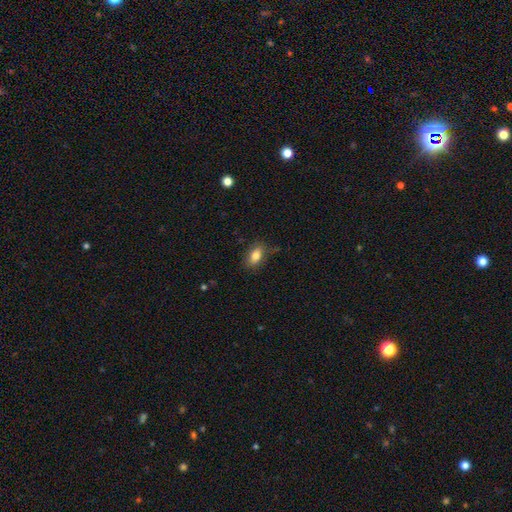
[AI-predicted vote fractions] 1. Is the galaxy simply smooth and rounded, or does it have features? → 81% smooth, 11% featured or disk, 9% star or artifact.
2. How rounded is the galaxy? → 86% in between, 9% round, 5% cigar-shaped.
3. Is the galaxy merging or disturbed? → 78% none, 16% minor disturbance, 4% major disturbance, 2% merger.